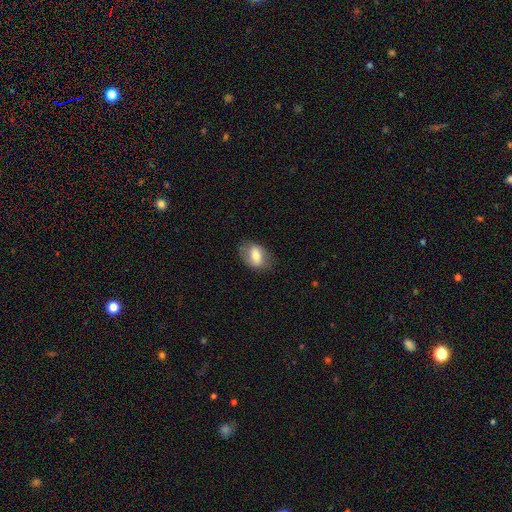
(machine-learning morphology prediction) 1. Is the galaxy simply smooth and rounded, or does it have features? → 65% smooth, 28% featured or disk, 7% star or artifact.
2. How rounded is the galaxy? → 82% in between, 16% round, 2% cigar-shaped.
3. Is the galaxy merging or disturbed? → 74% none, 18% minor disturbance, 7% major disturbance, 1% merger.